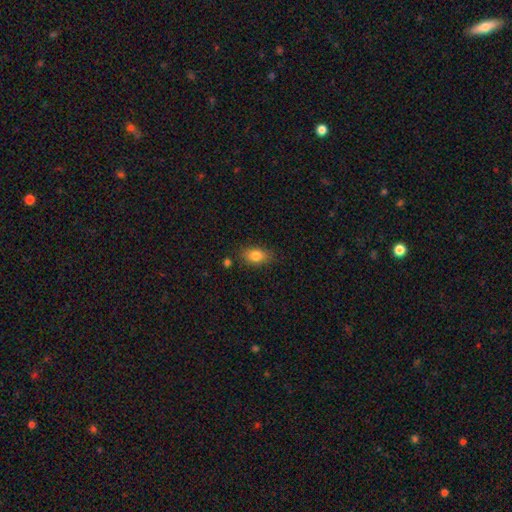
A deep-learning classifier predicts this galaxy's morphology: This is clearly a smooth galaxy (82%). How rounded: clearly in between (83%). Merging: likely none (80%).